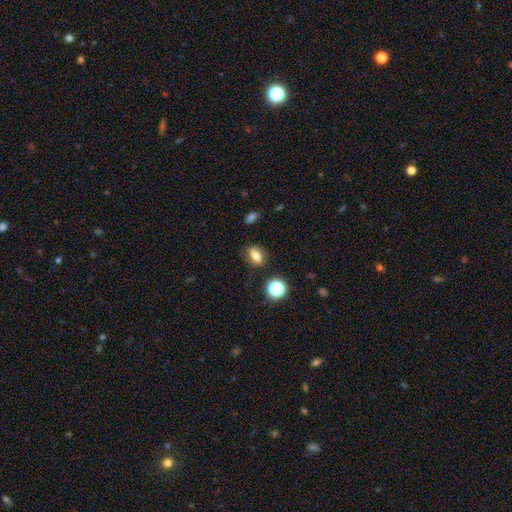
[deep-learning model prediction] This is likely a smooth galaxy (69%). How rounded: likely in between (71%). Merging: likely none (79%).